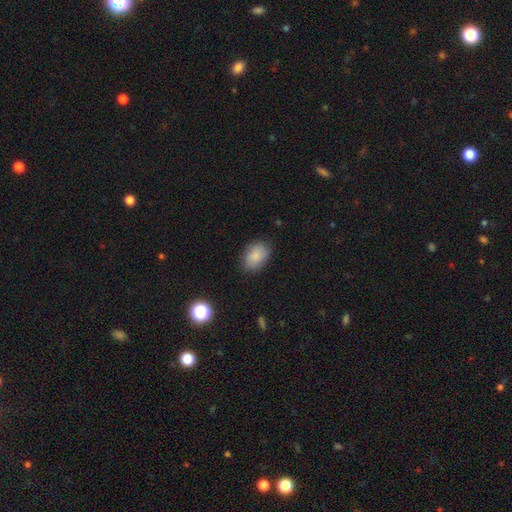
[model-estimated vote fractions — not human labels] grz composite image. It shows a smooth galaxy with no disk features (85%) that is in between round and cigar-shaped (81%). Merging: none (83%).